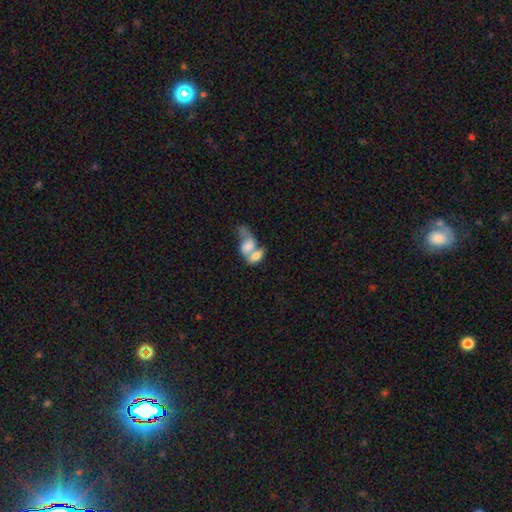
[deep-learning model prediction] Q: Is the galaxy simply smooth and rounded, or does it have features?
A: smooth — 64%.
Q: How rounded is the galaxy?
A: in between — 85%.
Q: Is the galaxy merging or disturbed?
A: merger — 76%.